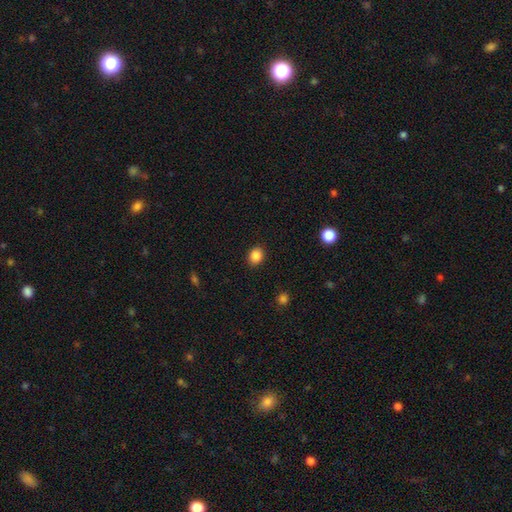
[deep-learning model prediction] smooth_or_featured: smooth (p=0.87) [alt: star or artifact p=0.10]
how_rounded: round (p=0.57) [alt: in between p=0.42]
merging: none (p=0.89) [alt: minor disturbance p=0.07]